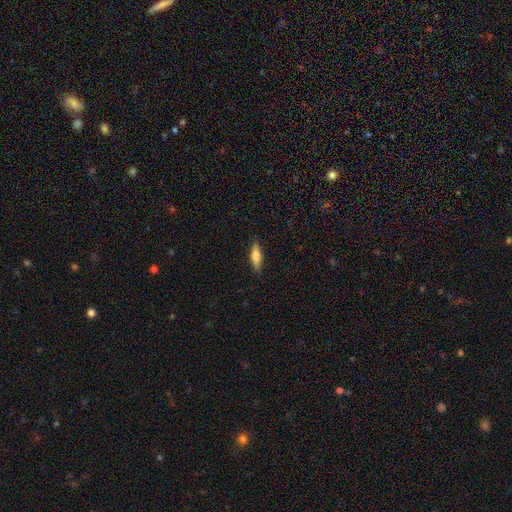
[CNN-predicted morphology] Smooth or featured? Predicted: smooth (p=0.67). How rounded? Predicted: cigar-shaped (p=0.50). Merging? Predicted: none (p=0.86).